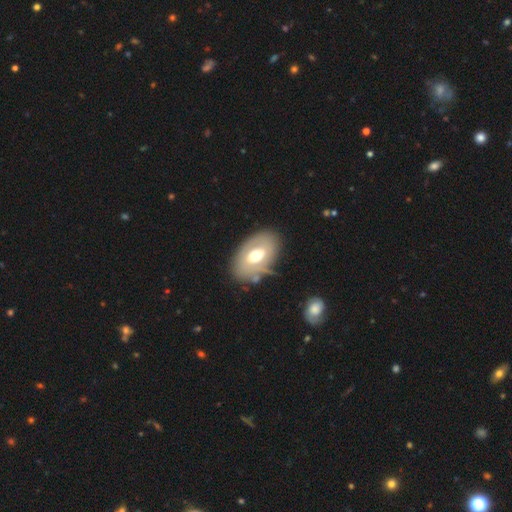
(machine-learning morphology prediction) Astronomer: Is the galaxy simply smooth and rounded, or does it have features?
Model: featured or disk — 47% (runner-up: smooth, 46%).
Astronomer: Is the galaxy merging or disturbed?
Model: none — 69%.